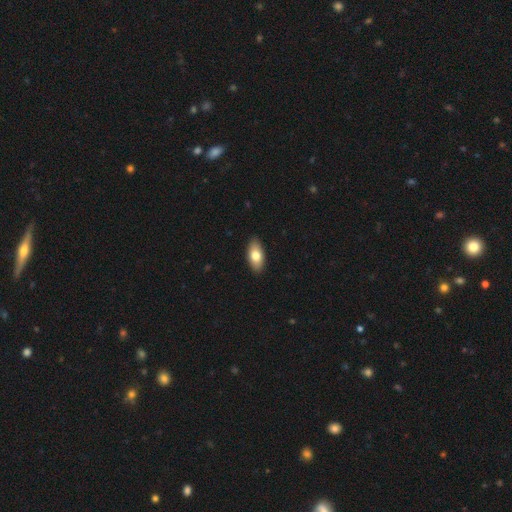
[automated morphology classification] smooth 77%, featured or disk 17%, star or artifact 6%. Down the decision tree: how rounded — in between (90%); merging — none (90%).